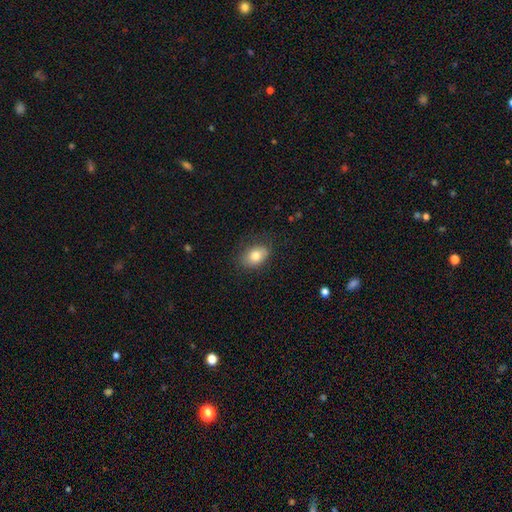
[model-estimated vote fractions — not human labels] This appears to be a smooth galaxy with no disk features (80%) that is in between round and cigar-shaped (81%). Merging: none (78%).